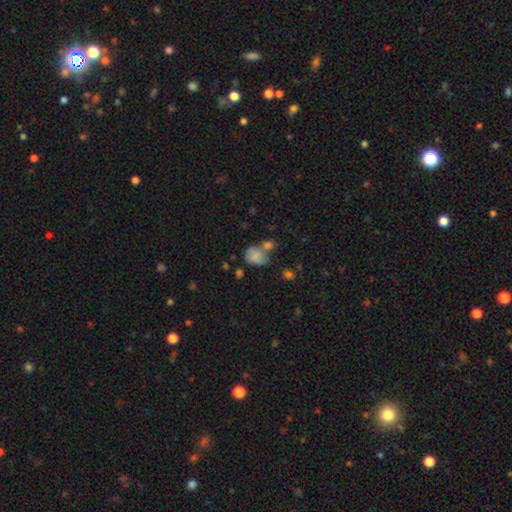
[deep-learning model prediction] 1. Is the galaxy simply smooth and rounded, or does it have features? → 73% smooth, 17% featured or disk, 10% star or artifact.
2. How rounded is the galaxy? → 58% in between, 41% round, 1% cigar-shaped.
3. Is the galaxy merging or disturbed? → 36% merger, 32% none, 21% minor disturbance, 11% major disturbance.